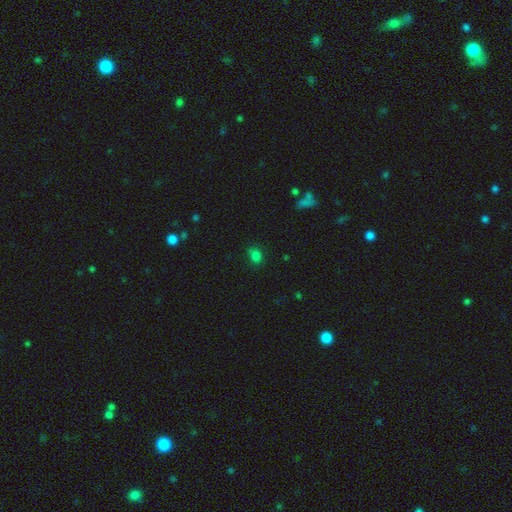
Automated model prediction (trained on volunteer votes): smooth-or-featured: smooth: 79% | star or artifact: 17% | featured or disk: 4%
  how-rounded: in between: 60% | round: 38% | cigar-shaped: 1%
  merging: none: 81% | minor disturbance: 14% | major disturbance: 3% | merger: 2%